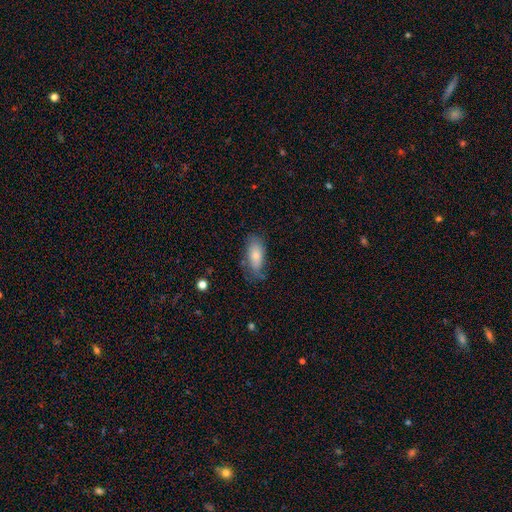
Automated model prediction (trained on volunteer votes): smooth-or-featured: smooth: 76% | featured or disk: 17% | star or artifact: 7%
  how-rounded: in between: 84% | cigar-shaped: 13% | round: 2%
  merging: none: 63% | minor disturbance: 26% | major disturbance: 8% | merger: 3%